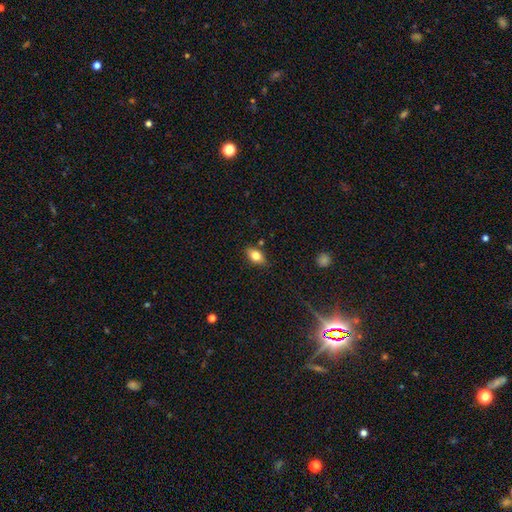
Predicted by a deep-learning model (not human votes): A smooth galaxy with no disk features (76%) that is in between round and cigar-shaped (85%).

Vote fractions:
- Smooth or featured? smooth: 76% / featured or disk: 15% / star or artifact: 9%
- How rounded? in between: 85% / round: 10% / cigar-shaped: 5%
- Merging? none: 81% / minor disturbance: 14% / major disturbance: 3% / merger: 3%